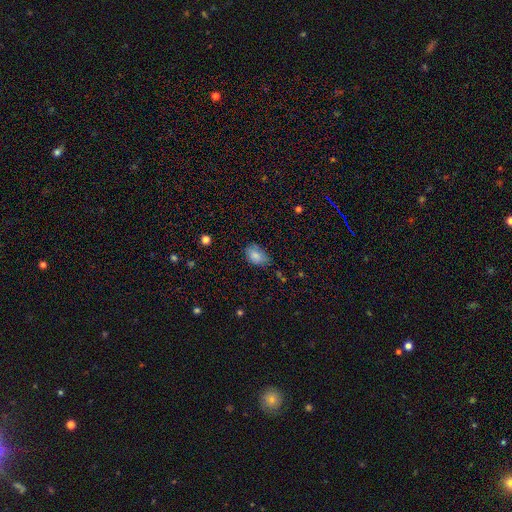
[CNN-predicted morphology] Smooth or featured?
  - smooth: 84% *
  - star or artifact: 8%
  - featured or disk: 8%
How rounded?
  - in between: 86% *
  - round: 13%
  - cigar-shaped: 1%
Merging?
  - none: 65% *
  - minor disturbance: 27%
  - major disturbance: 5%
  - merger: 2%